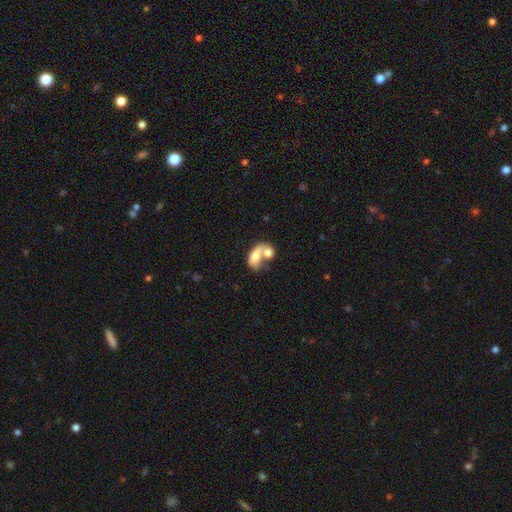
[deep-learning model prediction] smooth-or-featured: smooth: 64% | featured or disk: 29% | star or artifact: 8%
  how-rounded: in between: 81% | round: 15% | cigar-shaped: 4%
  merging: merger: 69% | none: 13% | major disturbance: 11% | minor disturbance: 7%